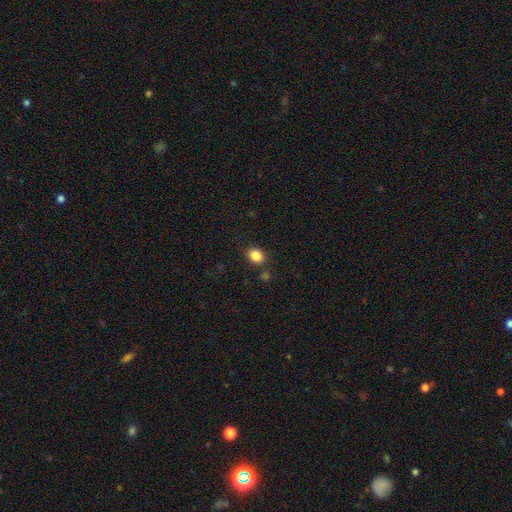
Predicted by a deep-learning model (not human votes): This is clearly a smooth galaxy (86%). How rounded: possibly in between (54%). Merging: clearly none (83%).